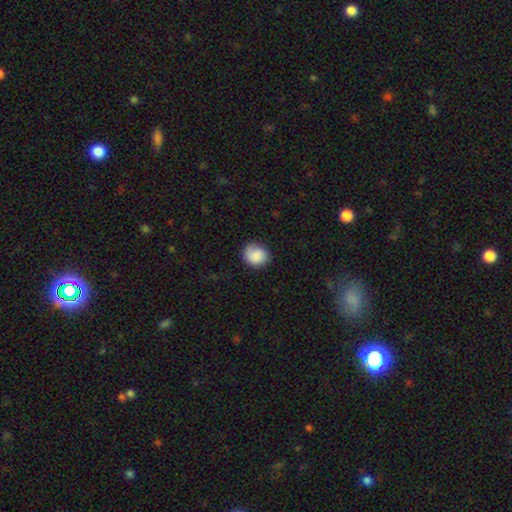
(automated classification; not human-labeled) Morphology: type=smooth (85%); roundness=round (75%); merging=none (77%).